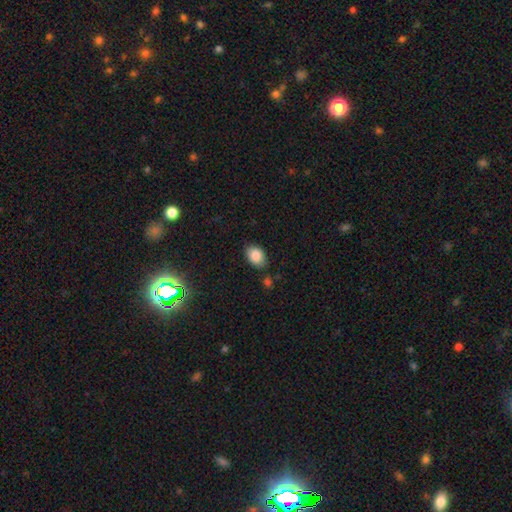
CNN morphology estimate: The model was most divided on "how rounded": in between: 81%, round: 18%, cigar-shaped: 1%. More confident: smooth or featured — smooth (86%); merging — none (80%).